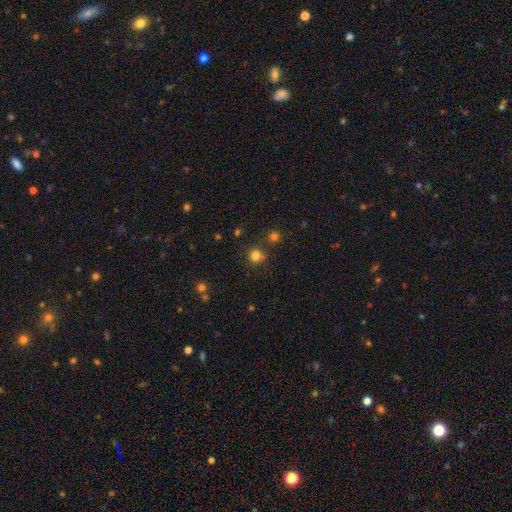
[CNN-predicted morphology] The model was most divided on "smooth or featured": smooth: 79%, star or artifact: 16%, featured or disk: 5%. More confident: how rounded — round (93%); merging — none (79%).